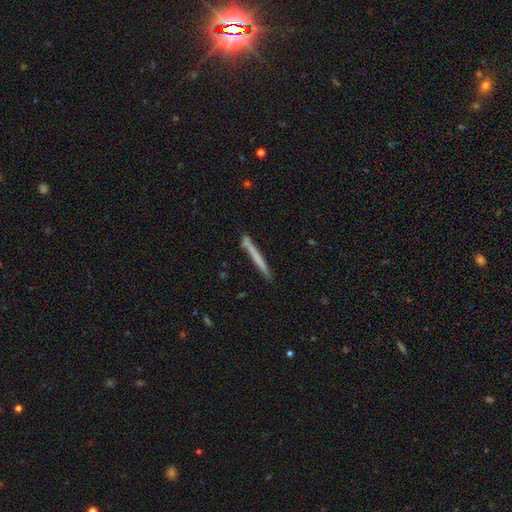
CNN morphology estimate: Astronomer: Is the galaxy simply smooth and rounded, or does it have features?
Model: smooth — 60%.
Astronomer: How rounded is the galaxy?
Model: cigar-shaped — 97%.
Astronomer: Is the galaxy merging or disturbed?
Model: none — 88%.